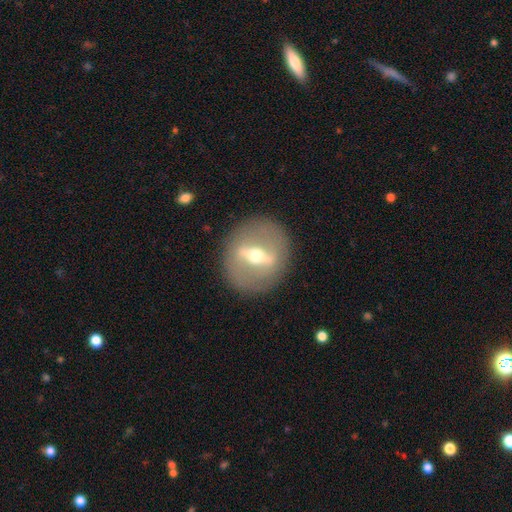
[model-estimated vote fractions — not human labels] Smooth or featured? Predicted: featured or disk (p=0.76). Edge-on disk? Predicted: no (p=0.66). Bar? Predicted: strong (p=0.75). Spiral arms? Predicted: no (p=0.85). Bulge size? Predicted: moderate (p=0.72). Merging? Predicted: none (p=0.87).